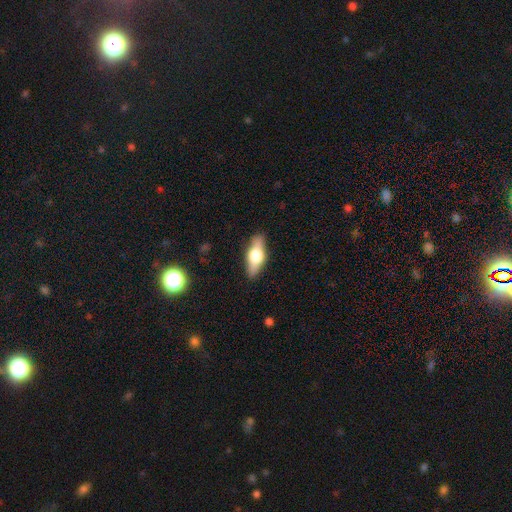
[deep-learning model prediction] smooth-or-featured: smooth: 51% | featured or disk: 43% | star or artifact: 6%
  how-rounded: in between: 68% | cigar-shaped: 28% | round: 4%
  merging: none: 87% | minor disturbance: 10% | major disturbance: 2% | merger: 1%